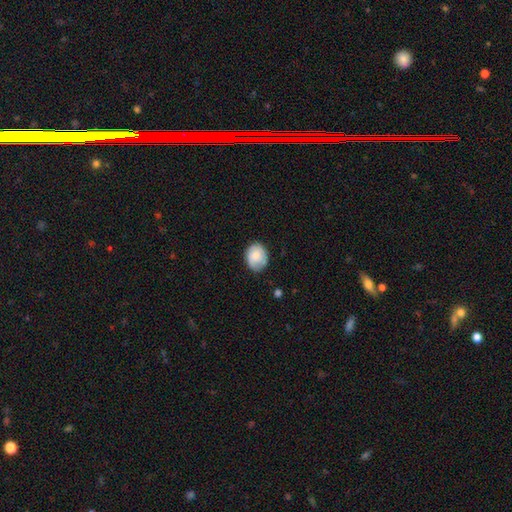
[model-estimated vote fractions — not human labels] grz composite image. It shows a smooth galaxy with no disk features (75%) that is round (53%). Merging: none (74%).